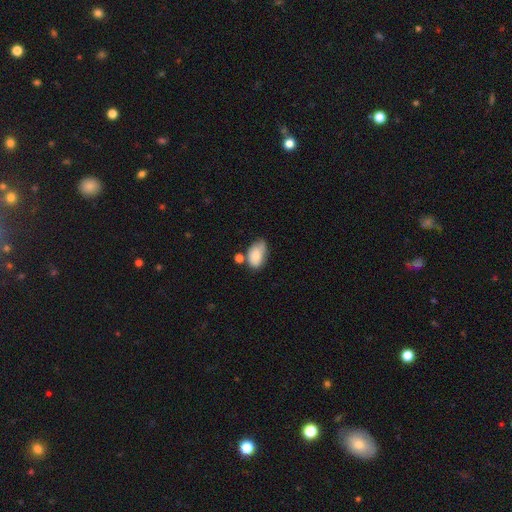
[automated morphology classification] Smooth or featured?
  - smooth: 80% *
  - featured or disk: 12%
  - star or artifact: 8%
How rounded?
  - in between: 90% *
  - round: 8%
  - cigar-shaped: 1%
Merging?
  - none: 41% *
  - minor disturbance: 34%
  - merger: 15%
  - major disturbance: 10%